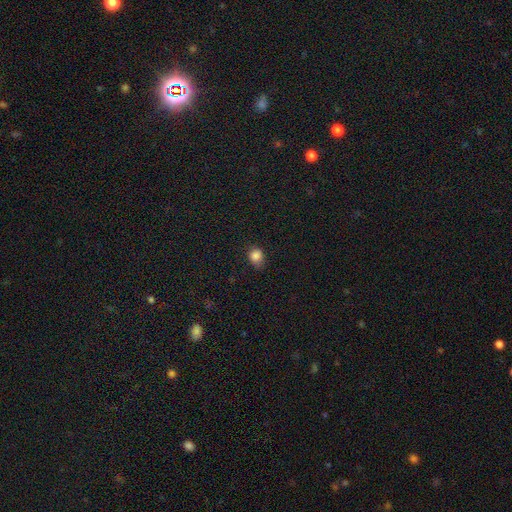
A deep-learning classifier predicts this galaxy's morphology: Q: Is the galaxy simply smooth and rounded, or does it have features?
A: smooth — 85%.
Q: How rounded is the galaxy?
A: round — 56%.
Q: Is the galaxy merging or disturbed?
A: none — 70%.